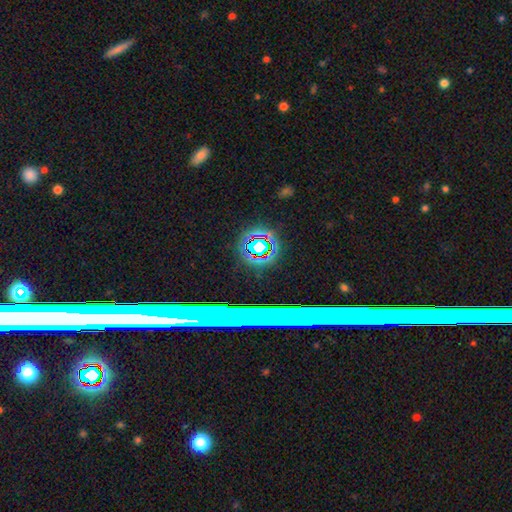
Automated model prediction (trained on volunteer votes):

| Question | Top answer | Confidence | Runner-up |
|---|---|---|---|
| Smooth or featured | star or artifact | 68% | featured or disk (16%) |